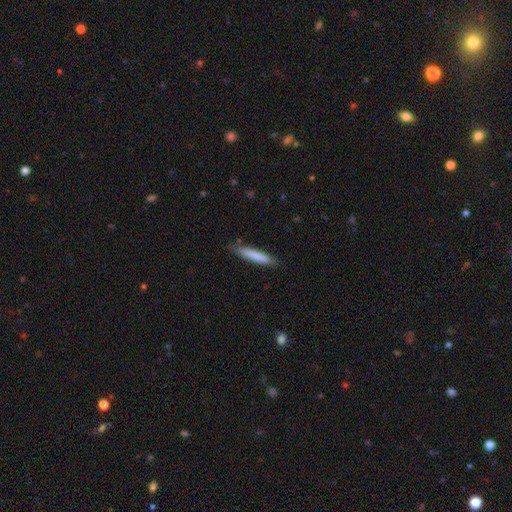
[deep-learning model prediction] Smooth or featured? smooth (80%)
How rounded? cigar-shaped (92%)
Merging? none (85%)